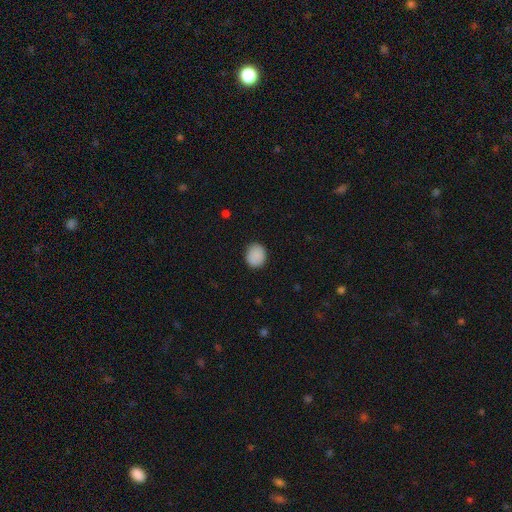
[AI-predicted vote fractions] This is clearly a smooth galaxy (89%). How rounded: likely round (69%). Merging: clearly none (88%).